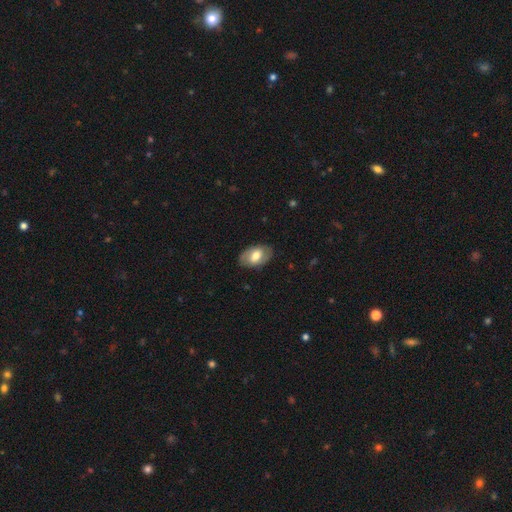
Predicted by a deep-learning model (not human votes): Morphology: type=smooth (56%); roundness=in between (90%); merging=none (83%).